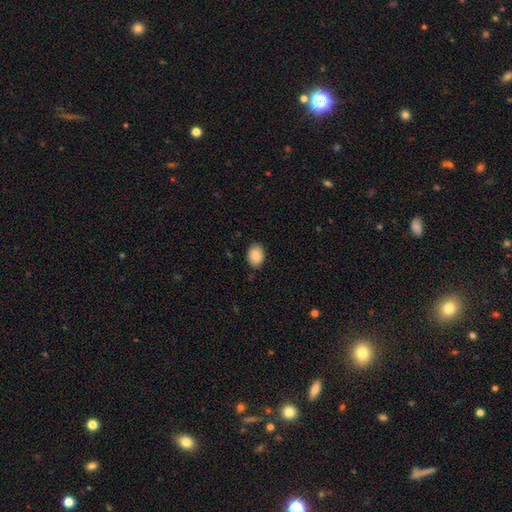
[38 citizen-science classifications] A smooth galaxy with no disk features (87%) that is in between round and cigar-shaped (94%).

Vote fractions:
- Smooth or featured? smooth: 87% / star or artifact: 8% / featured or disk: 5%
- How rounded? in between: 94% / round: 6% / cigar-shaped: 0%
- Merging? none: 83% / minor disturbance: 14% / major disturbance: 3% / merger: 0%